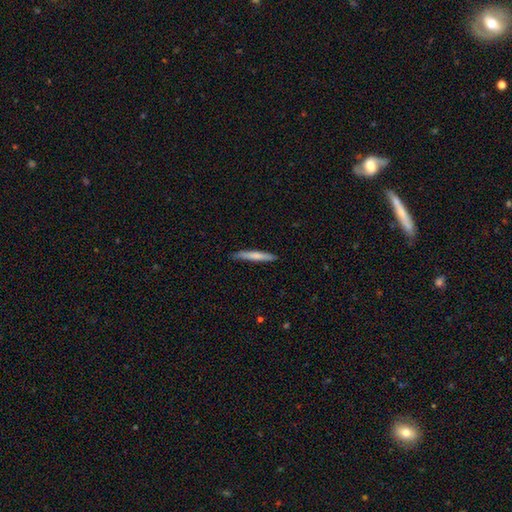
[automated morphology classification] This appears to be a smooth galaxy with no disk features (72%) that is cigar-shaped (95%). Merging: none (87%).